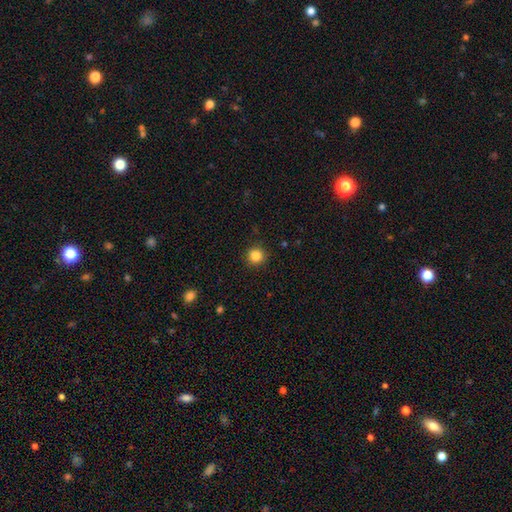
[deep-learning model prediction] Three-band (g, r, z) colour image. It shows a smooth galaxy with no disk features (85%) that is round (95%). Merging: none (91%).